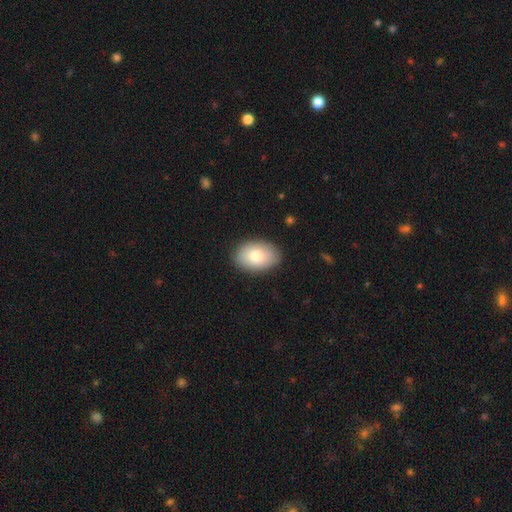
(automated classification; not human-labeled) A smooth galaxy with no disk features (82%) that is in between round and cigar-shaped (88%).

Vote fractions:
- Smooth or featured? smooth: 82% / featured or disk: 12% / star or artifact: 6%
- How rounded? in between: 88% / round: 11% / cigar-shaped: 1%
- Merging? none: 88% / minor disturbance: 9% / major disturbance: 2% / merger: 1%